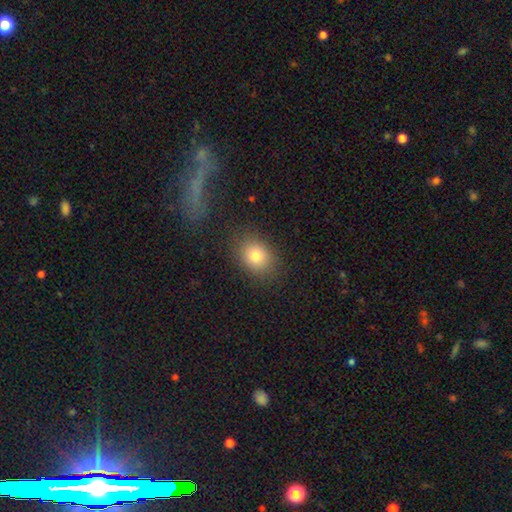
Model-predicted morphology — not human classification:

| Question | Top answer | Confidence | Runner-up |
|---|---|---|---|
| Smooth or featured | smooth | 79% | star or artifact (12%) |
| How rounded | in between | 51% | round (47%) |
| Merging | none | 83% | minor disturbance (10%) |